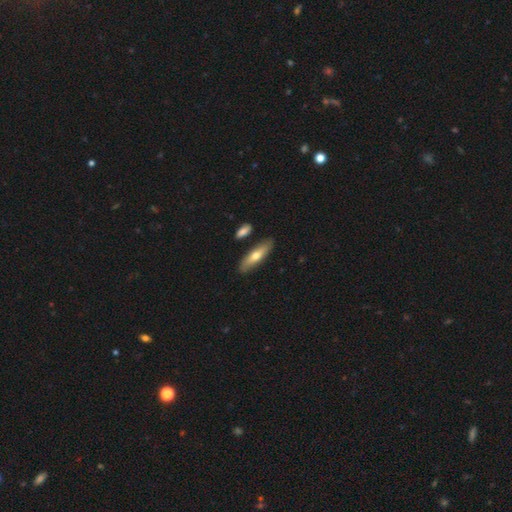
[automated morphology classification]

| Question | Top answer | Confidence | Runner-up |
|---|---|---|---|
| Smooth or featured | smooth | 62% | featured or disk (32%) |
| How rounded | cigar-shaped | 58% | in between (40%) |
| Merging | none | 84% | minor disturbance (10%) |